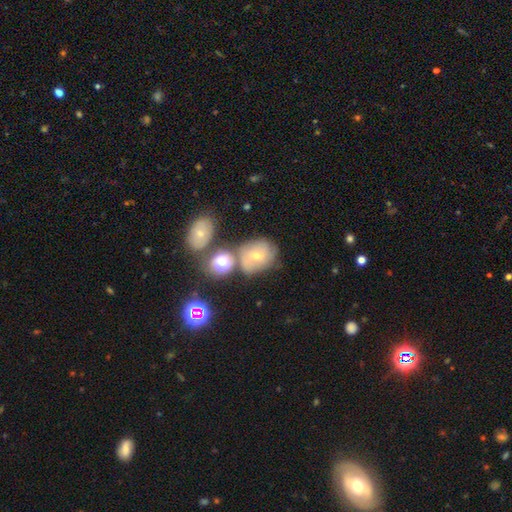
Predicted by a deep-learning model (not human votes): Smooth or featured: featured or disk — 45% (smooth — 33%)
Merging: none — 59% (merger — 18%)